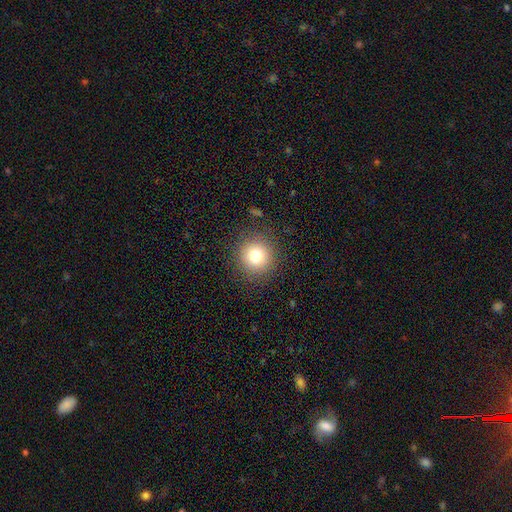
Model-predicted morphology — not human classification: type=smooth (79%); roundness=round (94%); merging=none (88%).